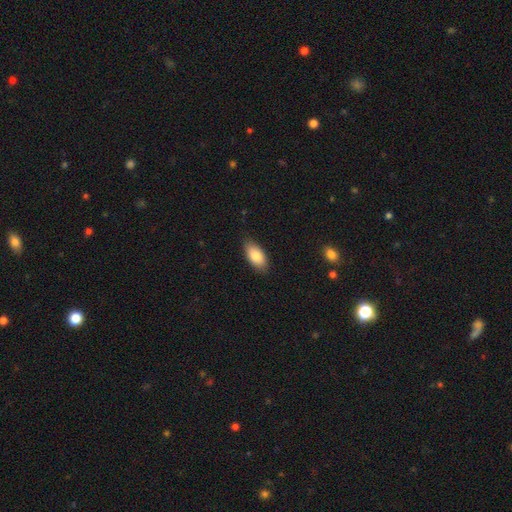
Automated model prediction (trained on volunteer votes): smooth 84%, featured or disk 10%, star or artifact 6%. Down the decision tree: how rounded — in between (92%); merging — none (84%).